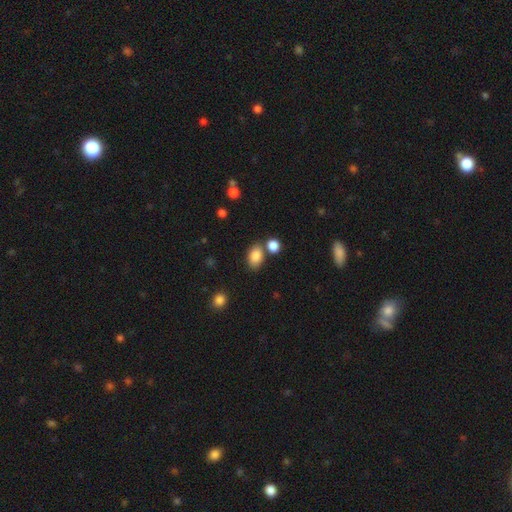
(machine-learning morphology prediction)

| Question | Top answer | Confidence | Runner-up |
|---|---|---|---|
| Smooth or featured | smooth | 86% | star or artifact (9%) |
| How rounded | in between | 86% | round (13%) |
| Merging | none | 67% | merger (17%) |